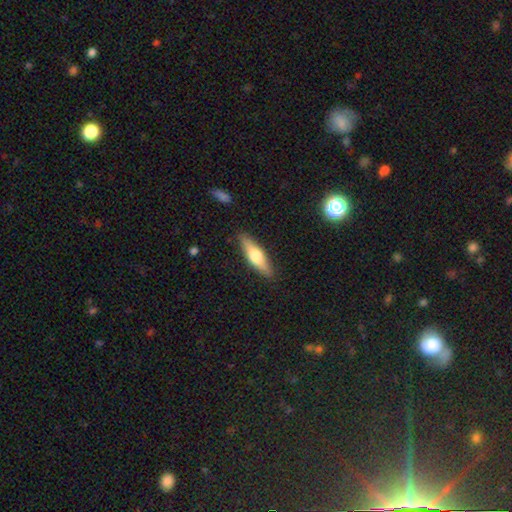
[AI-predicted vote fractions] Smooth or featured? smooth (56%)
How rounded? cigar-shaped (60%)
Merging? none (87%)